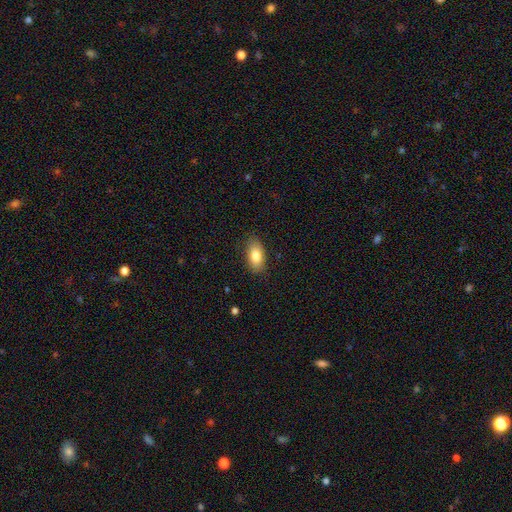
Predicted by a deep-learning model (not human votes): A smooth galaxy with no disk features (82%) that is in between round and cigar-shaped (91%). Merging: none (86%).